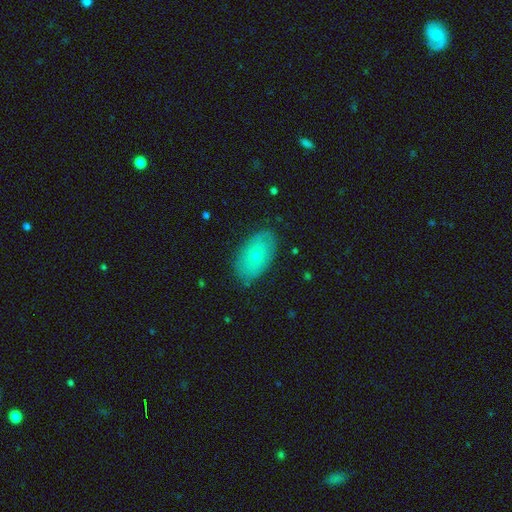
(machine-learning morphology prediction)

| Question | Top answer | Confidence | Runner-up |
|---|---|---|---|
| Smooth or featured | smooth | 64% | featured or disk (28%) |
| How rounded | in between | 91% | round (7%) |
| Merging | none | 83% | minor disturbance (13%) |